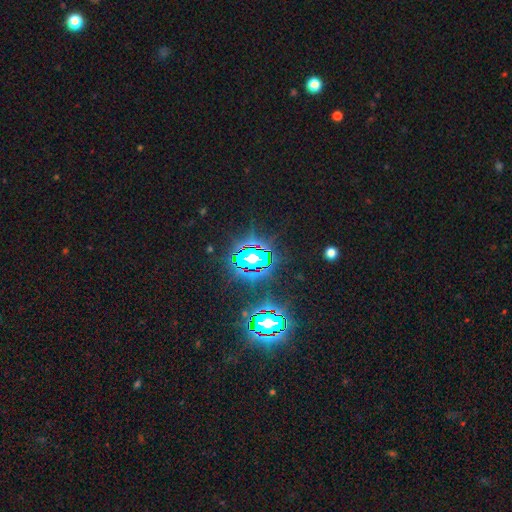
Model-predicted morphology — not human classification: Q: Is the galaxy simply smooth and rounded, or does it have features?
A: star or artifact — 69%.